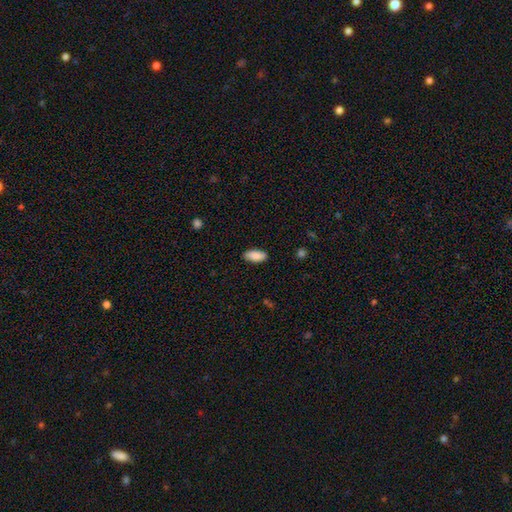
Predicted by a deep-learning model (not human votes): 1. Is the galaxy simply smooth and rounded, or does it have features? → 88% smooth, 6% star or artifact, 6% featured or disk.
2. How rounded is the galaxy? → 89% in between, 9% cigar-shaped, 2% round.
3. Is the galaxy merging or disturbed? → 87% none, 10% minor disturbance, 2% major disturbance, 1% merger.